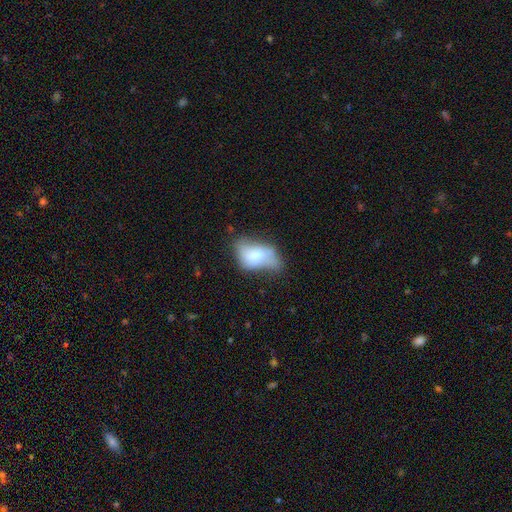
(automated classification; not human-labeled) Smooth or featured? Predicted: smooth (p=0.61). How rounded? Predicted: in between (p=0.90). Merging? Predicted: minor disturbance (p=0.35).